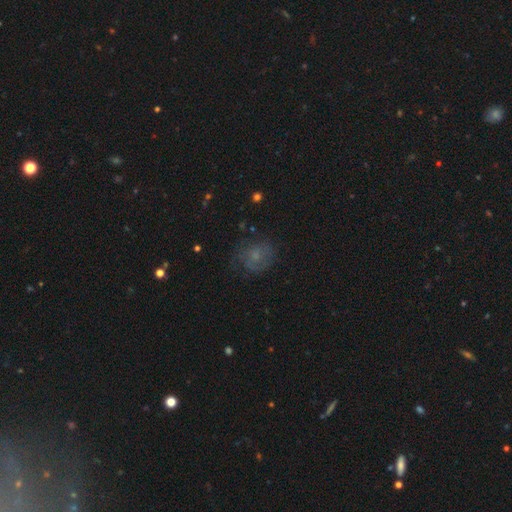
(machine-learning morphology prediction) smooth_or_featured: smooth (p=0.48) [alt: featured or disk p=0.36]
merging: none (p=0.64) [alt: minor disturbance p=0.21]